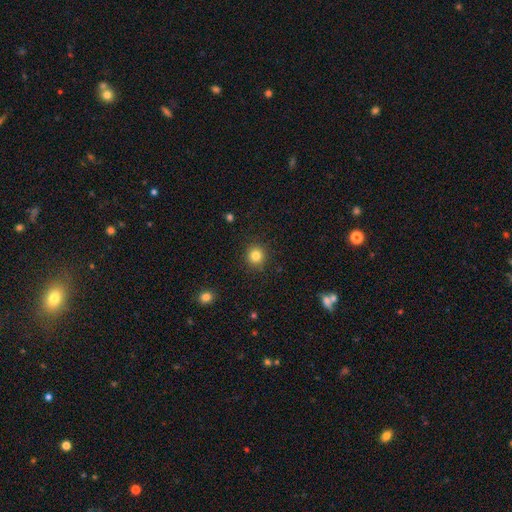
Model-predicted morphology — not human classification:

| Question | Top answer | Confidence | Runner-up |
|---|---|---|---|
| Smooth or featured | smooth | 83% | star or artifact (12%) |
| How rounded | round | 92% | in between (7%) |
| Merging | none | 90% | minor disturbance (6%) |